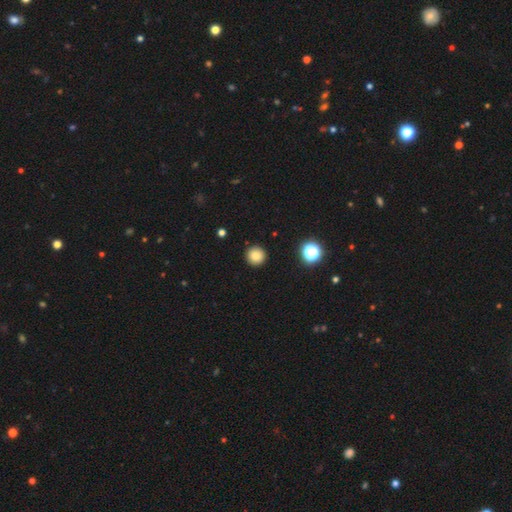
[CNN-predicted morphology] A smooth galaxy with no disk features (83%) that is round (96%). Merging: none (93%).